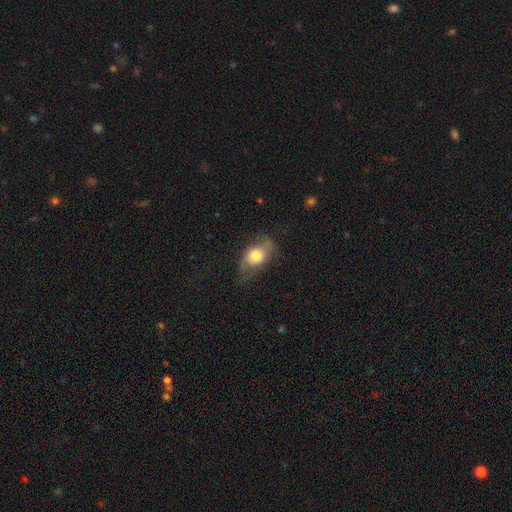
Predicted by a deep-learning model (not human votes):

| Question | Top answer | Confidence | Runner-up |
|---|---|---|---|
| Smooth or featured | smooth | 65% | featured or disk (27%) |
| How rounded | in between | 78% | round (19%) |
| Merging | none | 55% | minor disturbance (28%) |